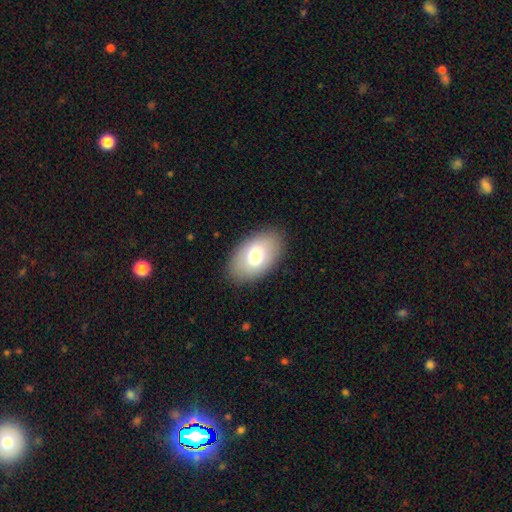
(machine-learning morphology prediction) smooth-or-featured: smooth: 74% | featured or disk: 19% | star or artifact: 7%
  how-rounded: in between: 92% | round: 7% | cigar-shaped: 1%
  merging: none: 87% | minor disturbance: 9% | major disturbance: 3% | merger: 1%